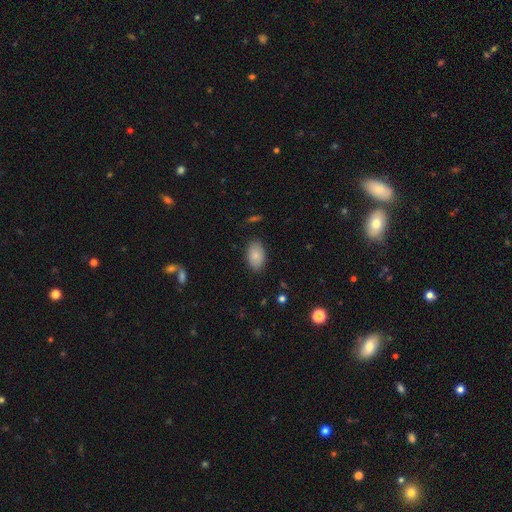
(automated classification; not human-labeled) Smooth or featured: smooth — 85% (featured or disk — 8%)
How rounded: in between — 92% (round — 7%)
Merging: none — 86% (minor disturbance — 11%)